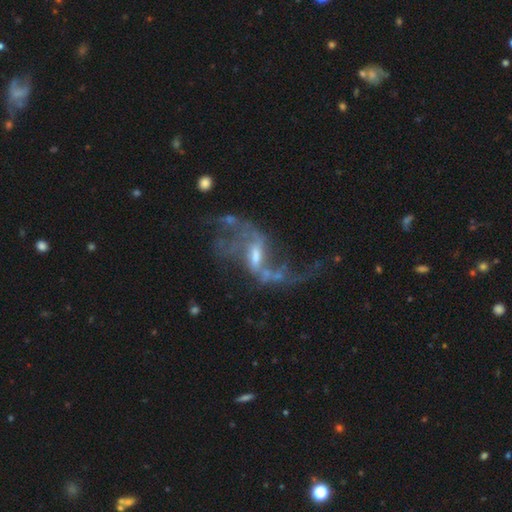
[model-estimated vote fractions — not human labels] Smooth or featured: featured or disk — 81% (smooth — 9%)
Edge-on disk: no — 95% (yes — 5%)
Bar: weak — 48% (strong — 30%)
Spiral arms: yes — 81% (no — 19%)
Spiral winding: loose — 86% (medium — 11%)
Spiral arm count: 2 — 80% (can't tell — 8%)
Bulge size: moderate — 42% (small — 40%)
Merging: major disturbance — 37% (none — 35%)